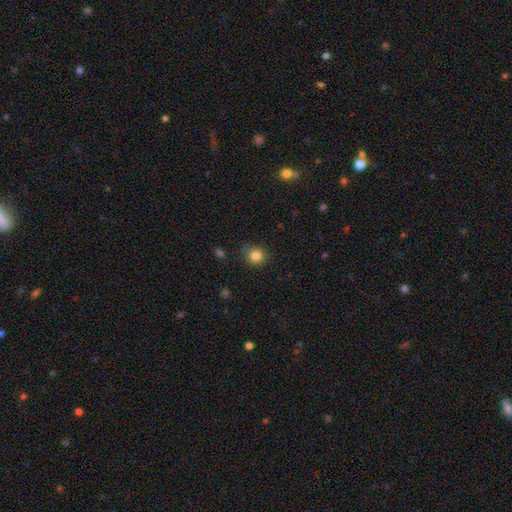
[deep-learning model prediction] Overall: smooth (83%). How rounded: round (81%). Merging: none (78%).